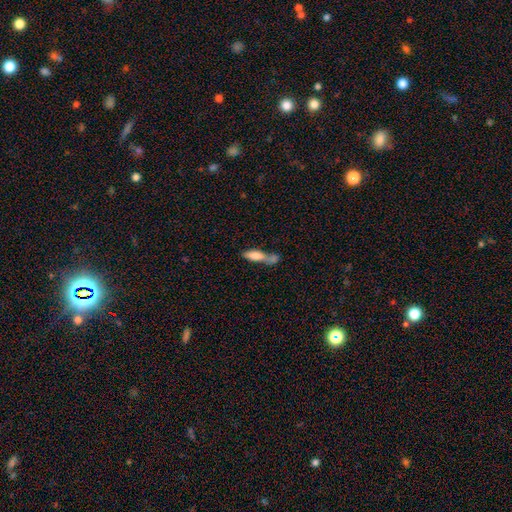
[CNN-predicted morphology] Overall: smooth (74%). How rounded: in between (49%; cigar-shaped 48%). Merging: merger (59%; none 21%).